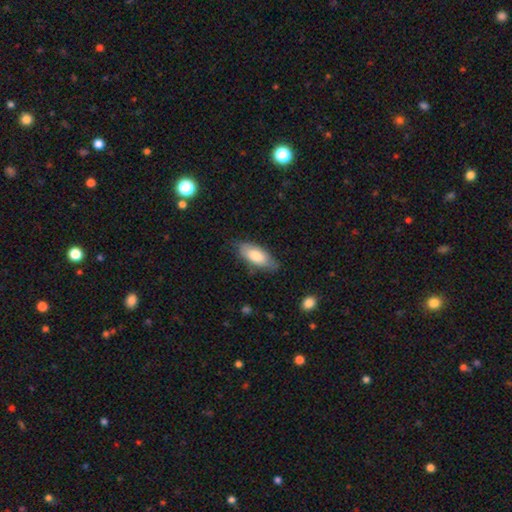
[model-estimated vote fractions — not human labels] Smooth or featured: smooth — 74% (featured or disk — 20%)
How rounded: in between — 83% (cigar-shaped — 15%)
Merging: none — 72% (minor disturbance — 22%)